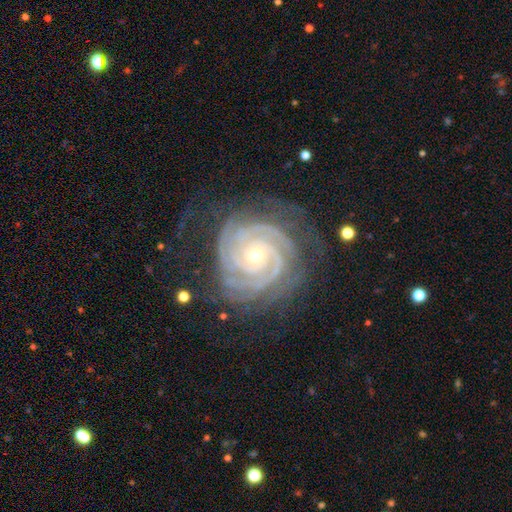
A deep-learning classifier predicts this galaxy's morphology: This is clearly a featured or disk galaxy (91%). It is clearly not viewed edge-on (97%). Bar: likely no (74%). Spiral arm pattern: clearly yes (98%). Spiral arm count: marginally 3 (25%). Spiral winding: clearly tight (84%). Central bulge: likely small (72%). Merging: likely none (70%).